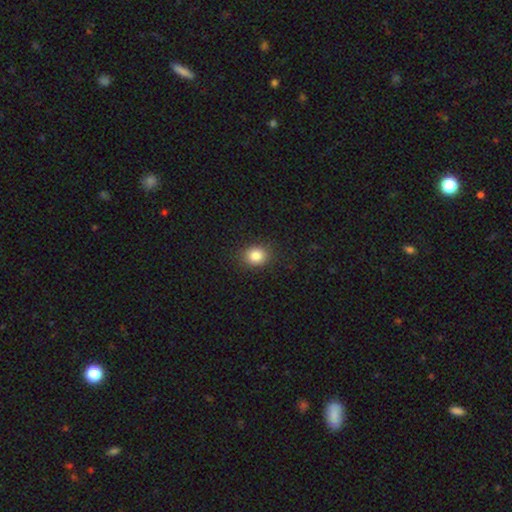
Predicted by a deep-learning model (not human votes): Q: Smooth or featured?
A: smooth (85%); runner-up: star or artifact (10%)
Q: How rounded?
A: round (63%); runner-up: in between (36%)
Q: Merging?
A: none (88%); runner-up: minor disturbance (9%)